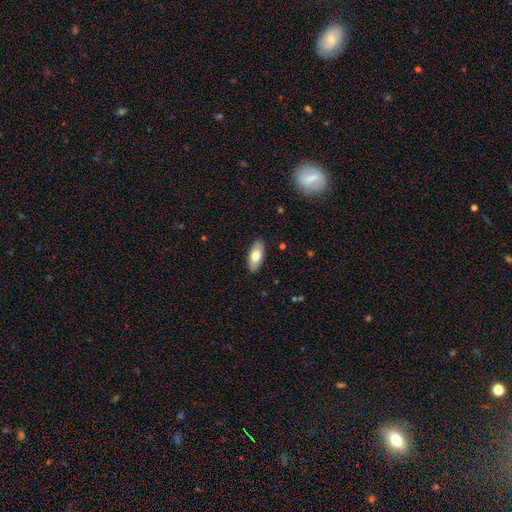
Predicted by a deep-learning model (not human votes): Q: Smooth or featured?
A: smooth (70%); runner-up: featured or disk (24%)
Q: How rounded?
A: in between (84%); runner-up: cigar-shaped (14%)
Q: Merging?
A: none (88%); runner-up: minor disturbance (9%)